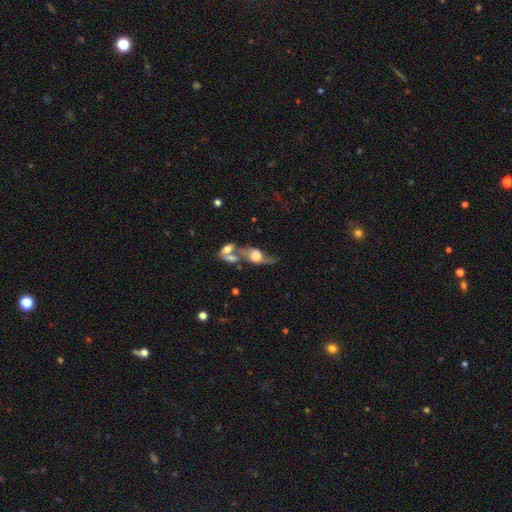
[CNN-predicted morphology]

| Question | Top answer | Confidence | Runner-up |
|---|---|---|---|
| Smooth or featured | featured or disk | 64% | smooth (27%) |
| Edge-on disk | no | 82% | yes (18%) |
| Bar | no | 68% | weak (25%) |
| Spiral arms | yes | 79% | no (21%) |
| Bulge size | large | 45% | moderate (25%) |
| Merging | merger | 55% | none (21%) |